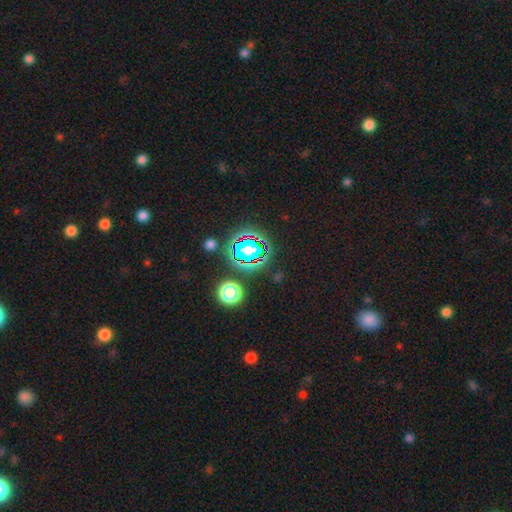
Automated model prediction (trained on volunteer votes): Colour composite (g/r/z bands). It shows a star or artifact, not a galaxy (78%).